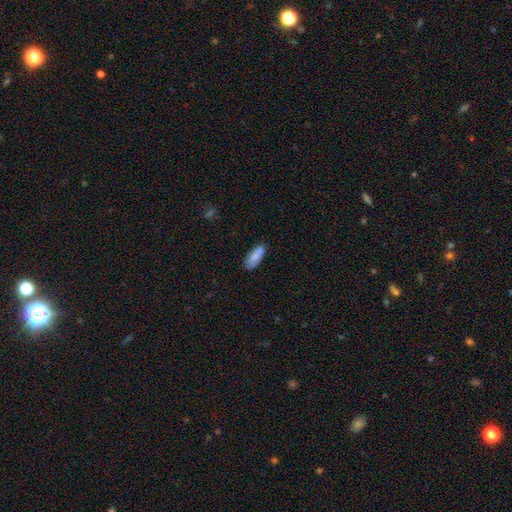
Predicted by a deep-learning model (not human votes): smooth-or-featured: smooth: 82% | featured or disk: 11% | star or artifact: 7%
  how-rounded: in between: 74% | cigar-shaped: 24% | round: 2%
  merging: none: 70% | minor disturbance: 18% | merger: 8% | major disturbance: 3%